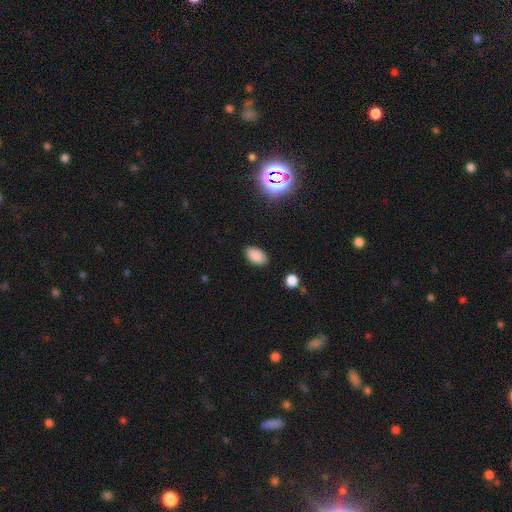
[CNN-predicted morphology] Smooth or featured: smooth — 85% (star or artifact — 11%)
How rounded: in between — 92% (round — 7%)
Merging: none — 87% (minor disturbance — 9%)